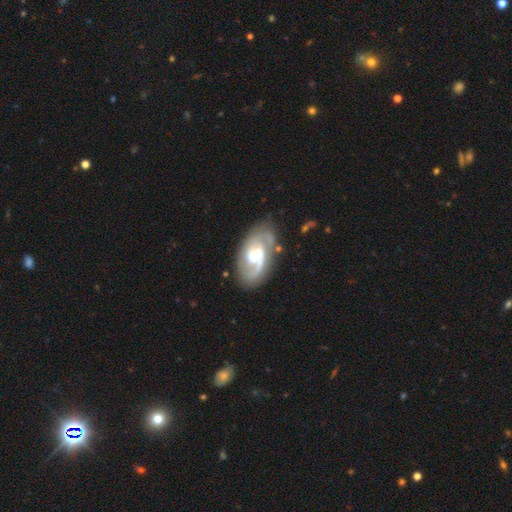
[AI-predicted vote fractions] Morphology: type=featured or disk (84%); edge-on=no (97%); bar=weak (48%); spiral arms=yes (95%); winding=medium (49%); arm count=2 (72%); bulge=moderate (35%); merging=none (69%).